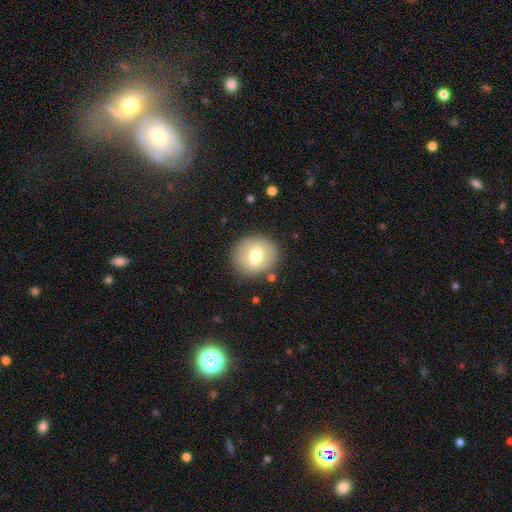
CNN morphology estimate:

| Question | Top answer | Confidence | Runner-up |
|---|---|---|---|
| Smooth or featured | smooth | 66% | featured or disk (25%) |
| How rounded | round | 85% | in between (14%) |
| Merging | none | 86% | minor disturbance (9%) |